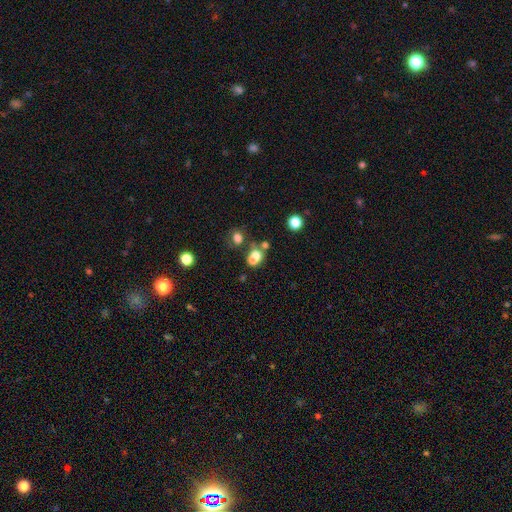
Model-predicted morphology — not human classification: A smooth galaxy with no disk features (67%) that is round (61%). Merging: merger (54%).